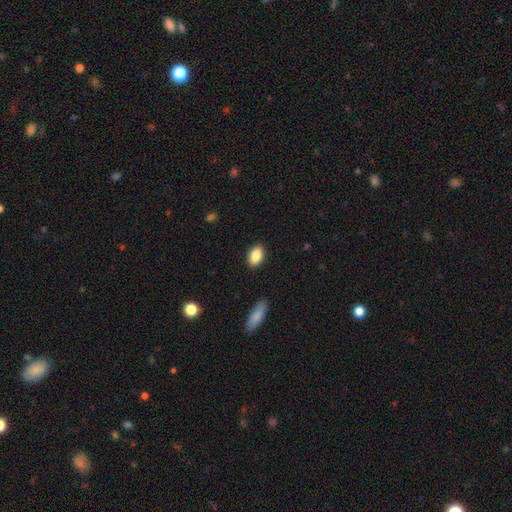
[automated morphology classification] Smooth or featured?
  - smooth: 88% *
  - star or artifact: 7%
  - featured or disk: 5%
How rounded?
  - in between: 90% *
  - round: 8%
  - cigar-shaped: 2%
Merging?
  - none: 88% *
  - minor disturbance: 9%
  - major disturbance: 2%
  - merger: 1%